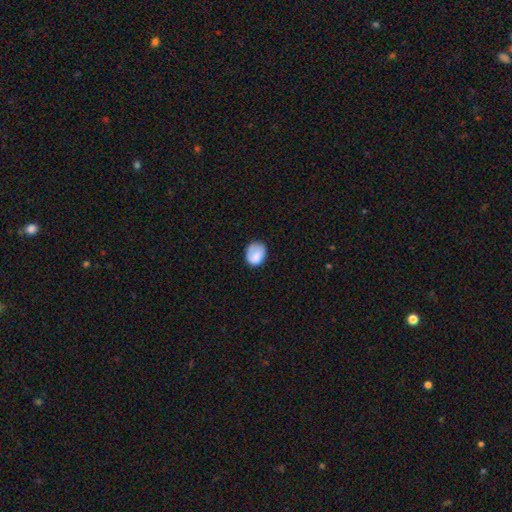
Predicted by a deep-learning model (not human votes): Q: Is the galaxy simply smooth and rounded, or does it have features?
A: smooth — 82%.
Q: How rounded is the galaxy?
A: round — 56%.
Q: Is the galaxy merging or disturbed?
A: none — 66%.